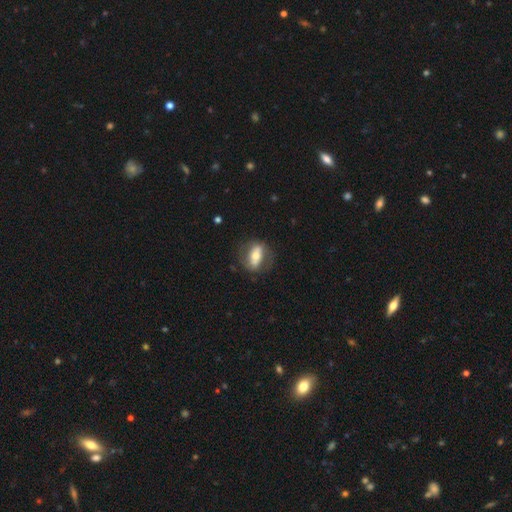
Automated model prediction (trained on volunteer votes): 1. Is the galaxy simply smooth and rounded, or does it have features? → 49% featured or disk, 44% smooth, 6% star or artifact.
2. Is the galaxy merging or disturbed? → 70% none, 18% minor disturbance, 10% major disturbance, 2% merger.